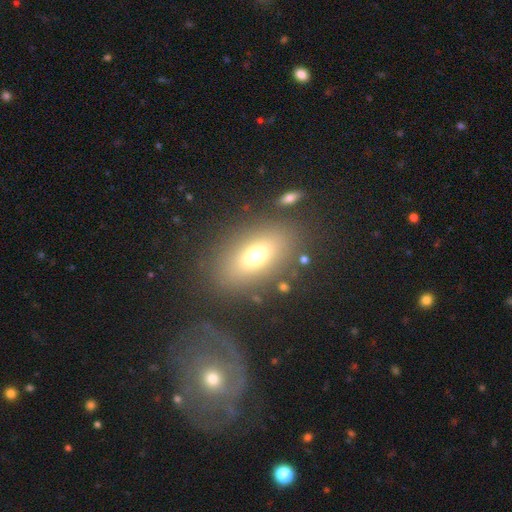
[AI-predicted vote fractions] Smooth or featured? smooth (67%)
How rounded? in between (83%)
Merging? none (76%)